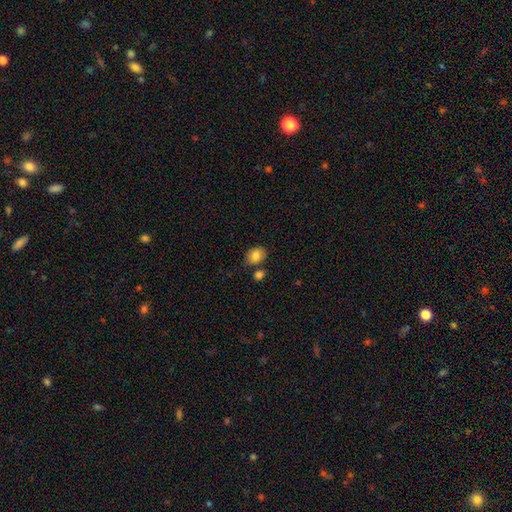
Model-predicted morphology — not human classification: Smooth or featured: smooth — 84% (star or artifact — 8%)
How rounded: in between — 62% (round — 37%)
Merging: none — 69% (minor disturbance — 15%)